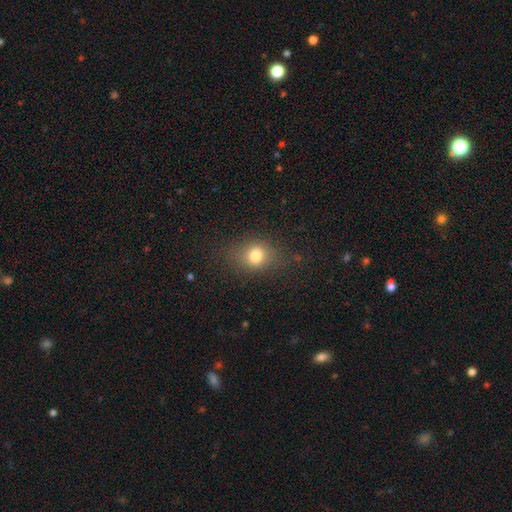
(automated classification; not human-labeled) Q: Smooth or featured?
A: smooth (76%); runner-up: star or artifact (14%)
Q: How rounded?
A: round (57%); runner-up: in between (41%)
Q: Merging?
A: none (78%); runner-up: minor disturbance (14%)